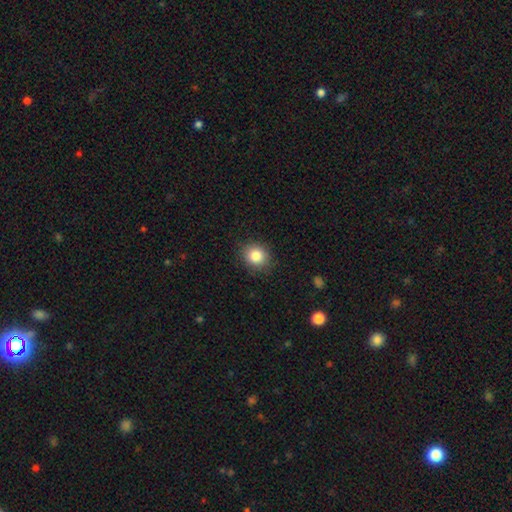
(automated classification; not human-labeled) Overall: smooth (84%). How rounded: round (76%). Merging: none (87%).